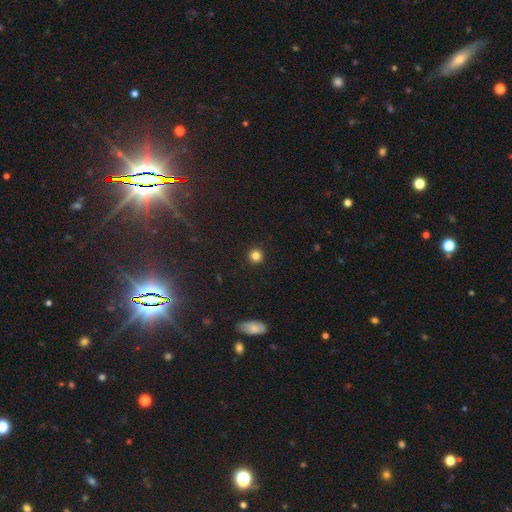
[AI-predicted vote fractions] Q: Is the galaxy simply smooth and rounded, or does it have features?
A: smooth — 84%.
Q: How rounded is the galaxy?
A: round — 95%.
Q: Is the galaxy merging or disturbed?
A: none — 93%.